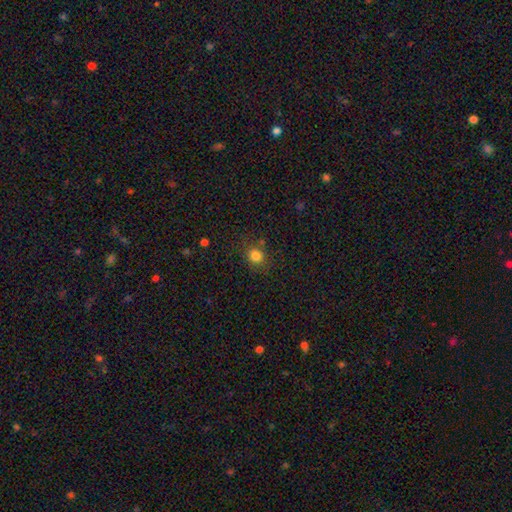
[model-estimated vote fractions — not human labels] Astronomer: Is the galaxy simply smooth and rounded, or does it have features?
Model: smooth — 82%.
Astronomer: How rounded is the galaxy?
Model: round — 81%.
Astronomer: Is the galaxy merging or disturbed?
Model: none — 80%.